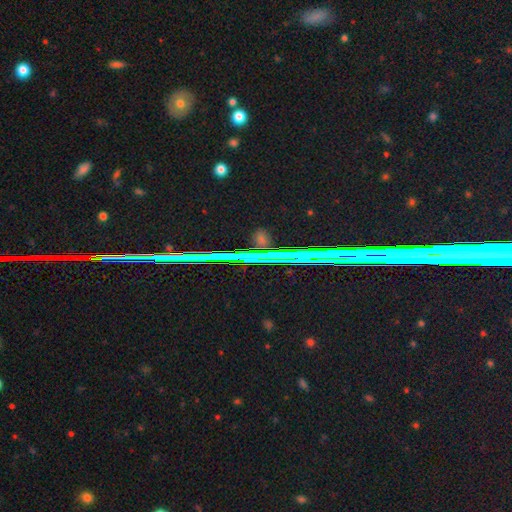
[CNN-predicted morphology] smooth_or_featured: star or artifact (p=0.76) [alt: featured or disk p=0.15]